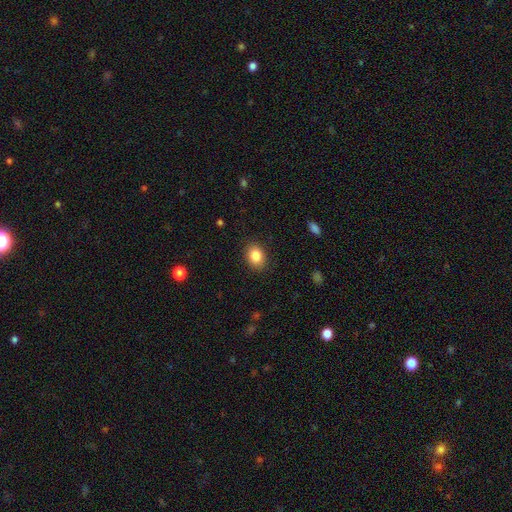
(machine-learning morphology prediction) The model was most divided on "how rounded": in between: 65%, round: 34%, cigar-shaped: 1%. More confident: merging — none (88%); smooth or featured — smooth (85%).